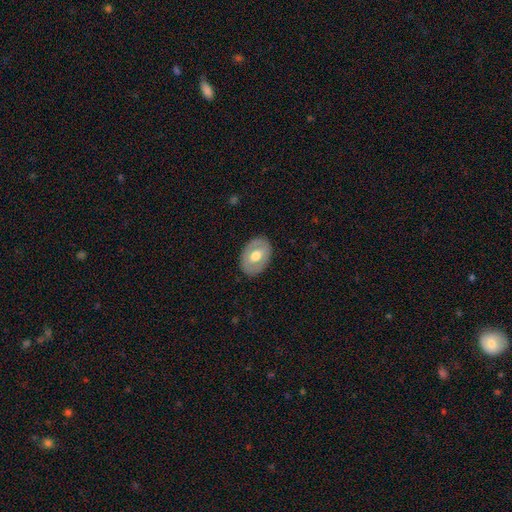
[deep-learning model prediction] smooth-or-featured: smooth: 52% | featured or disk: 42% | star or artifact: 6%
  how-rounded: in between: 79% | round: 20% | cigar-shaped: 1%
  merging: none: 85% | minor disturbance: 11% | major disturbance: 3% | merger: 1%